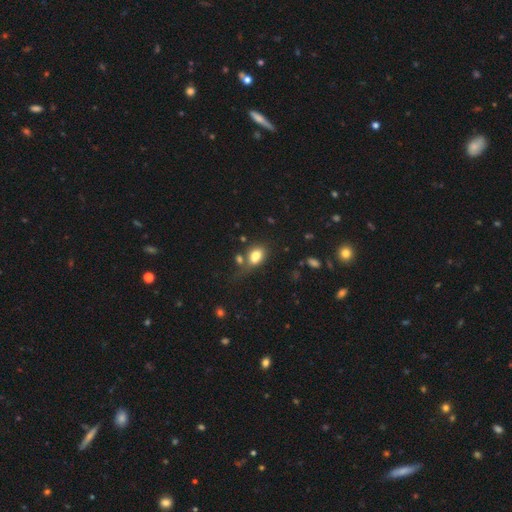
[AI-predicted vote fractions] Morphology: type=smooth (80%); roundness=in between (78%); merging=none (50%).